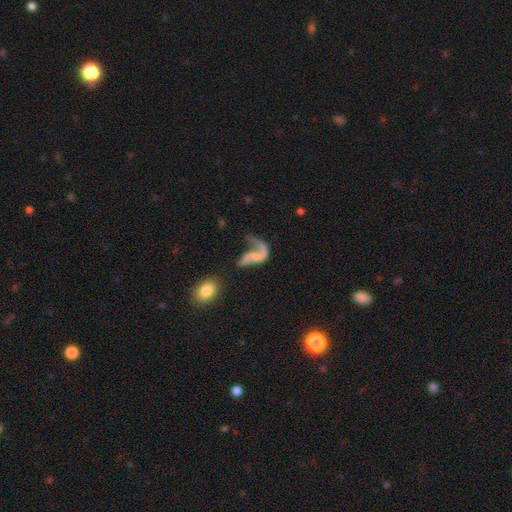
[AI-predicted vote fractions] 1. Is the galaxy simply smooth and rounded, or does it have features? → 72% featured or disk, 20% smooth, 9% star or artifact.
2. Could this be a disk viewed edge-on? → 97% no, 3% yes.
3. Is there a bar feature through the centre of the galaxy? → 58% no, 29% weak, 13% strong.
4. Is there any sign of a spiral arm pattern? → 79% yes, 21% no.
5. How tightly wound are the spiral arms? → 83% loose, 14% medium, 3% tight.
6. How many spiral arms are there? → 52% 2, 42% 1, 3% can't tell, 1% 3, 1% 4, 1% more than 4.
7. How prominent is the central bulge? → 48% none, 37% small, 12% moderate, 2% large, 1% dominant.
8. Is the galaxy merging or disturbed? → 46% major disturbance, 26% none, 14% minor disturbance, 14% merger.